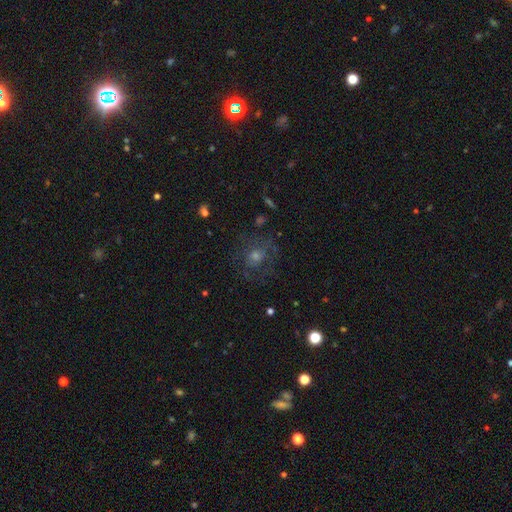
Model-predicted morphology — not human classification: Smooth or featured: featured or disk — 45% (smooth — 31%)
Merging: none — 69% (minor disturbance — 15%)